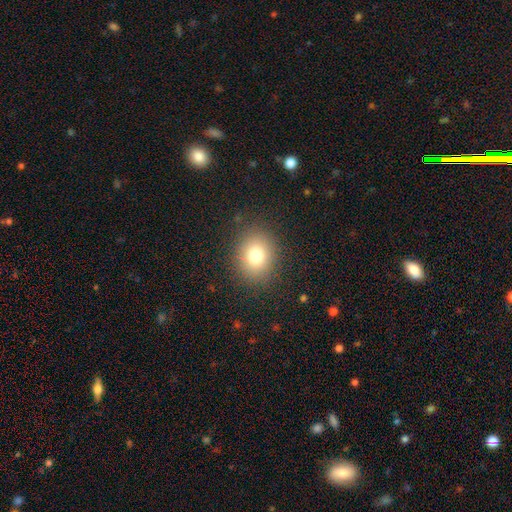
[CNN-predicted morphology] Overall: smooth (76%). How rounded: round (63%; in between 36%). Merging: none (86%).